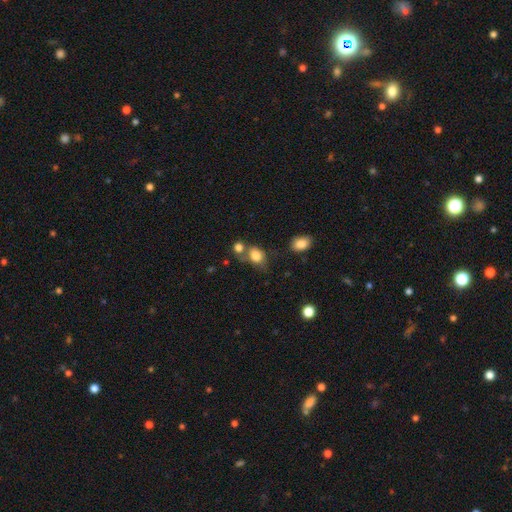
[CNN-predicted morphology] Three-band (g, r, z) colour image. It shows a smooth galaxy with no disk features (81%) that is in between round and cigar-shaped (60%). Merging: none (44%).